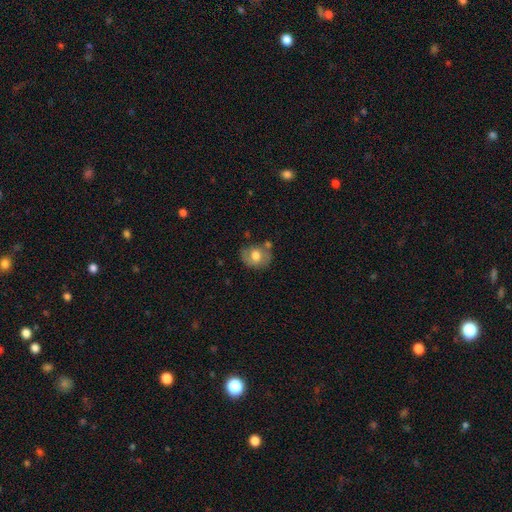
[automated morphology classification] A smooth galaxy with no disk features (61%) that is round (53%). Merging: none (58%).